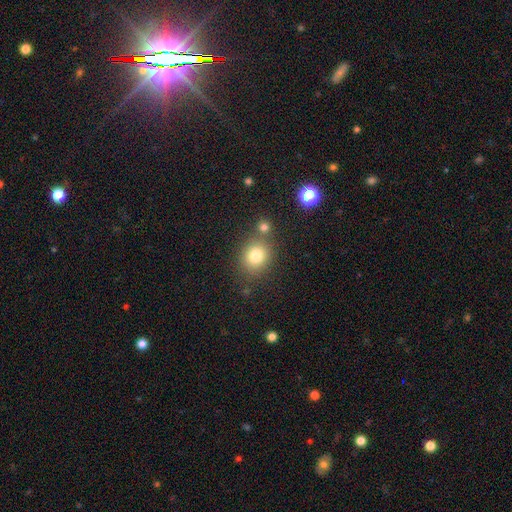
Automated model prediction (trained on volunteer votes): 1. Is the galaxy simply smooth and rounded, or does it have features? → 80% smooth, 12% star or artifact, 8% featured or disk.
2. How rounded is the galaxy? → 69% round, 30% in between, 1% cigar-shaped.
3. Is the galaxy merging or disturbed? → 68% none, 17% merger, 12% minor disturbance, 4% major disturbance.